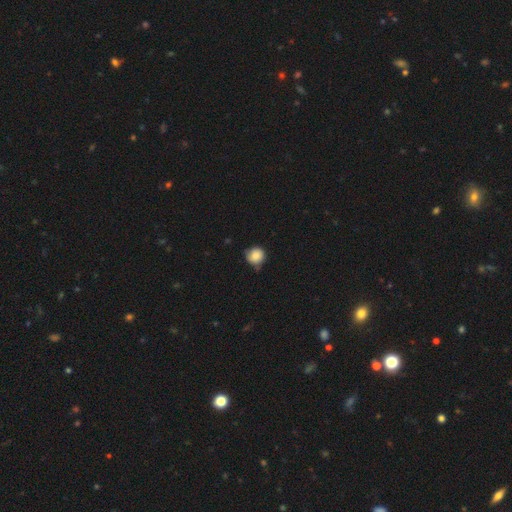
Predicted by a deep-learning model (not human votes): A smooth galaxy with no disk features (85%) that is round (90%).

Vote fractions:
- Smooth or featured? smooth: 85% / star or artifact: 9% / featured or disk: 7%
- How rounded? round: 90% / in between: 9% / cigar-shaped: 1%
- Merging? none: 63% / minor disturbance: 30% / major disturbance: 5% / merger: 3%